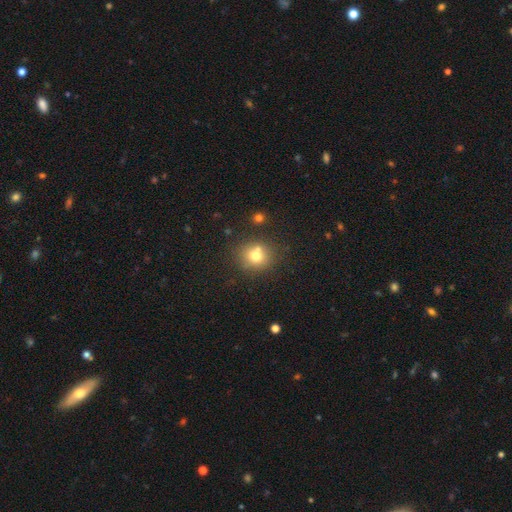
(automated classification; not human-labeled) smooth_or_featured: smooth (p=0.72) [alt: featured or disk p=0.15]
how_rounded: round (p=0.83) [alt: in between p=0.16]
merging: none (p=0.66) [alt: merger p=0.19]